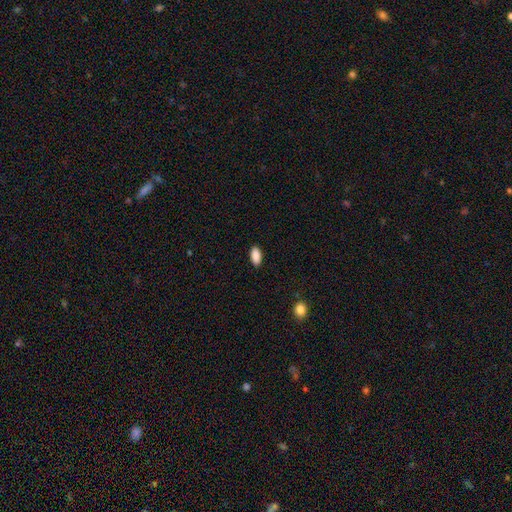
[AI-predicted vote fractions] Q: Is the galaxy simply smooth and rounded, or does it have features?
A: smooth — 89%.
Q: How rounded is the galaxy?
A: in between — 91%.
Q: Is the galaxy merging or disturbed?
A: none — 89%.